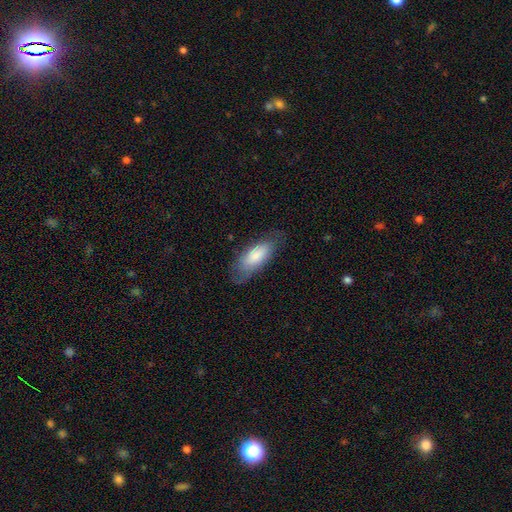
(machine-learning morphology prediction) Overall: smooth (76%). How rounded: in between (79%). Merging: none (69%).